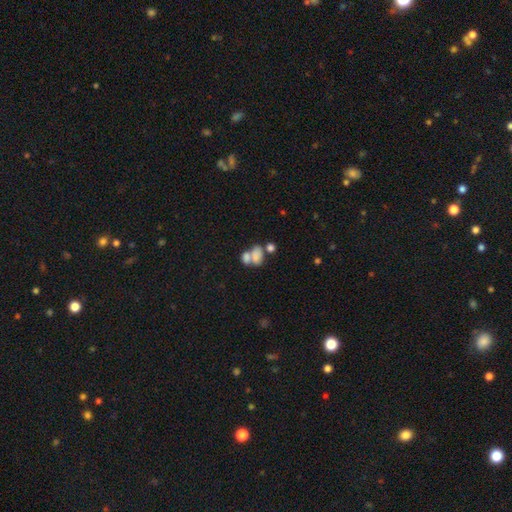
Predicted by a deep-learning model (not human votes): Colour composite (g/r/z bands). It shows a smooth galaxy with no disk features (71%) that is in between round and cigar-shaped (81%). Merging: merger (61%).